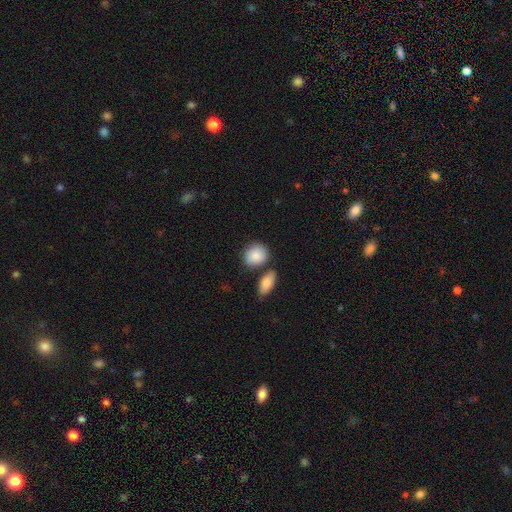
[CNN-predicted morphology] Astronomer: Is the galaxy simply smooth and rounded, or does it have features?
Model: smooth — 87%.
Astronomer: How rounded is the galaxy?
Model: round — 58% (runner-up: in between, 40%).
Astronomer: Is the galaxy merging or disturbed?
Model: none — 64%.